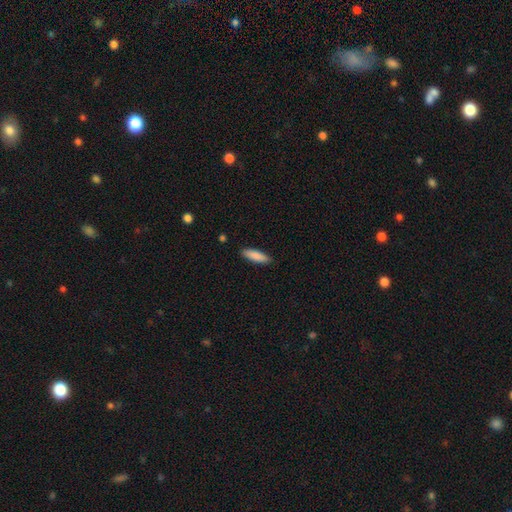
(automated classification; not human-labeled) A smooth galaxy with no disk features (87%) that is cigar-shaped (57%). Merging: none (89%).